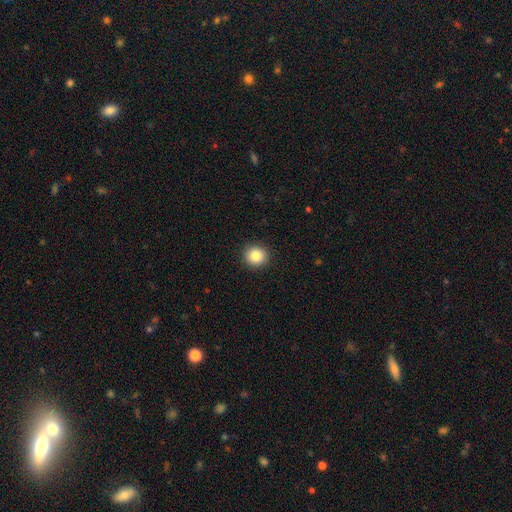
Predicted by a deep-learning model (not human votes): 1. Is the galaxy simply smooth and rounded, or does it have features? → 85% smooth, 10% star or artifact, 5% featured or disk.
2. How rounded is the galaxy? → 91% round, 8% in between, 1% cigar-shaped.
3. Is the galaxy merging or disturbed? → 92% none, 5% minor disturbance, 2% major disturbance, 1% merger.